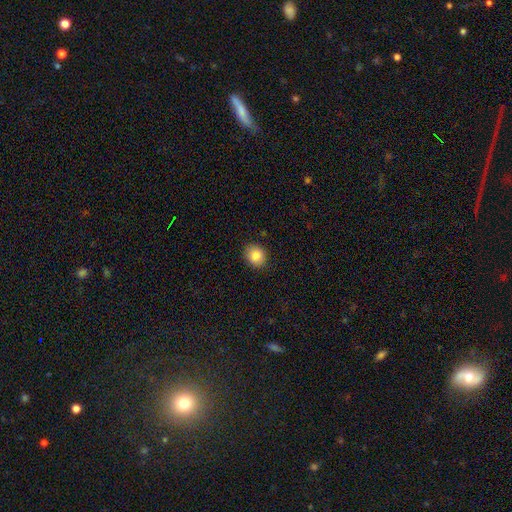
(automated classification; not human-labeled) Smooth or featured?
  - smooth: 86% *
  - star or artifact: 9%
  - featured or disk: 5%
How rounded?
  - round: 67% *
  - in between: 32%
  - cigar-shaped: 1%
Merging?
  - none: 88% *
  - minor disturbance: 8%
  - major disturbance: 2%
  - merger: 1%